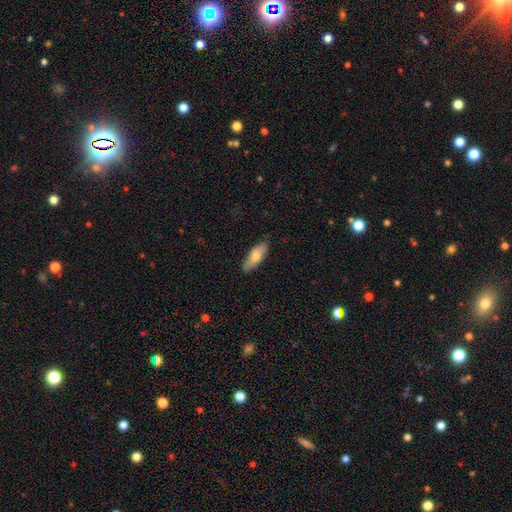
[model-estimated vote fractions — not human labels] Q: Smooth or featured?
A: smooth (73%); runner-up: featured or disk (22%)
Q: How rounded?
A: in between (66%); runner-up: cigar-shaped (32%)
Q: Merging?
A: none (86%); runner-up: minor disturbance (11%)